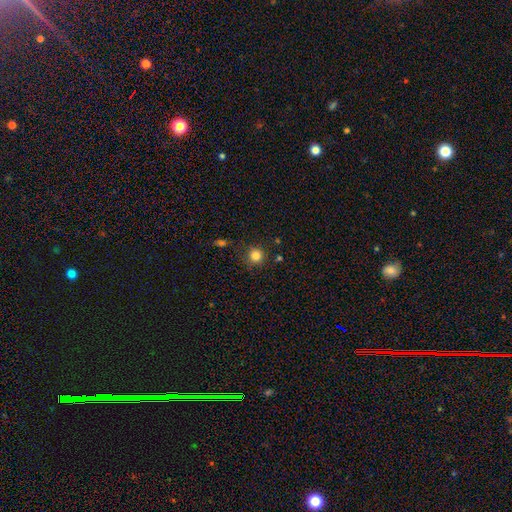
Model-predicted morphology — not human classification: Smooth or featured: smooth — 84% (star or artifact — 12%)
How rounded: round — 94% (in between — 6%)
Merging: none — 84% (minor disturbance — 10%)